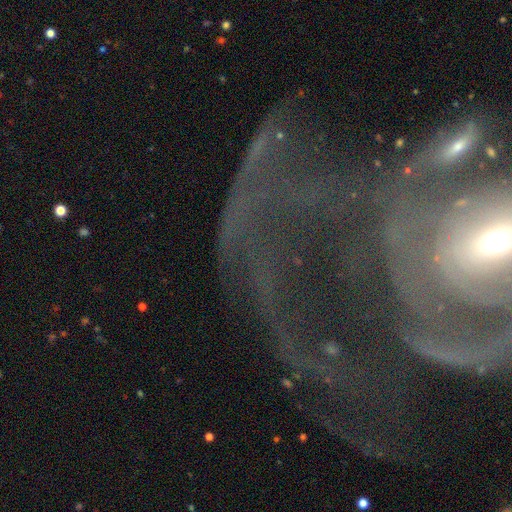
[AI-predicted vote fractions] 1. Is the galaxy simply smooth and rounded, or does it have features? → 68% featured or disk, 19% star or artifact, 12% smooth.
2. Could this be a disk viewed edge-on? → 90% no, 10% yes.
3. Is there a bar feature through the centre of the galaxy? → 42% no, 30% strong, 28% weak.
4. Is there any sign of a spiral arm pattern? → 67% yes, 33% no.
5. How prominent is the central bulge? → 48% moderate, 37% small, 8% large, 4% none, 4% dominant.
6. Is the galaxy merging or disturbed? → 38% major disturbance (tied), 38% none (tied), 13% minor disturbance, 11% merger.